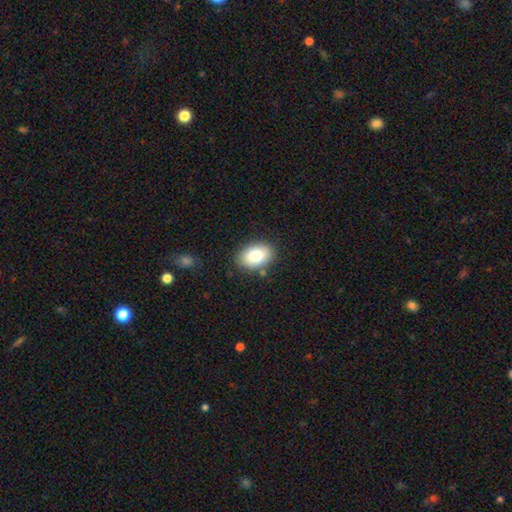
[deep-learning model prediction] This appears to be a smooth galaxy with no disk features (81%) that is in between round and cigar-shaped (84%). Merging: none (84%).